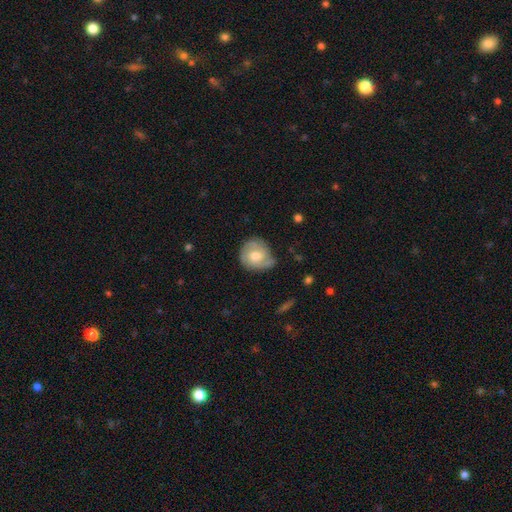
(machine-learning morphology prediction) Smooth or featured? featured or disk (52%)
Edge-on disk? no (97%)
Bar? no (72%)
Spiral arms? yes (79%)
Bulge size? moderate (67%)
Merging? none (58%)